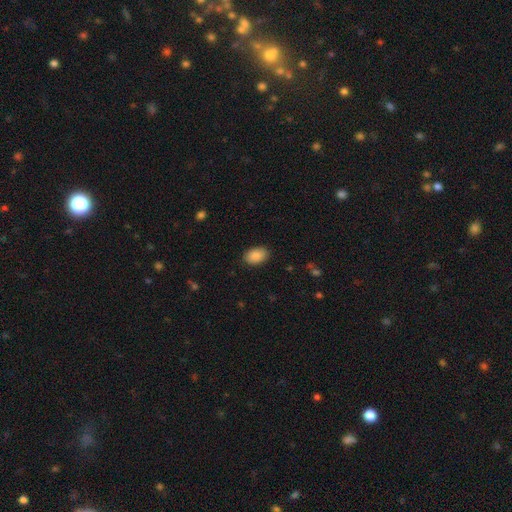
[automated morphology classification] Smooth or featured?
  - smooth: 89% *
  - star or artifact: 7%
  - featured or disk: 4%
How rounded?
  - in between: 88% *
  - round: 11%
  - cigar-shaped: 1%
Merging?
  - none: 88% *
  - minor disturbance: 9%
  - major disturbance: 2%
  - merger: 1%